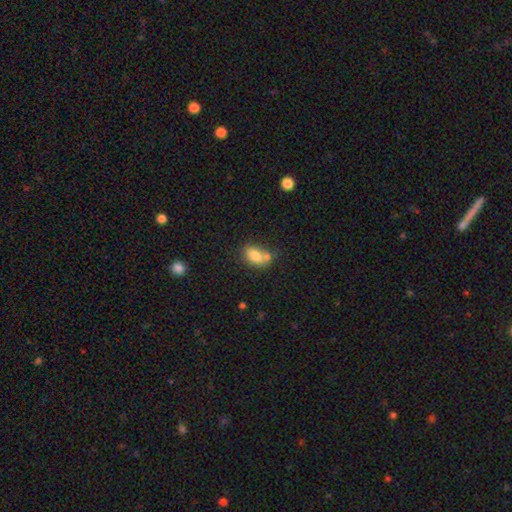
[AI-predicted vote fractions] Q: Smooth or featured?
A: smooth (78%); runner-up: featured or disk (13%)
Q: How rounded?
A: in between (83%); runner-up: round (14%)
Q: Merging?
A: none (41%); runner-up: merger (35%)